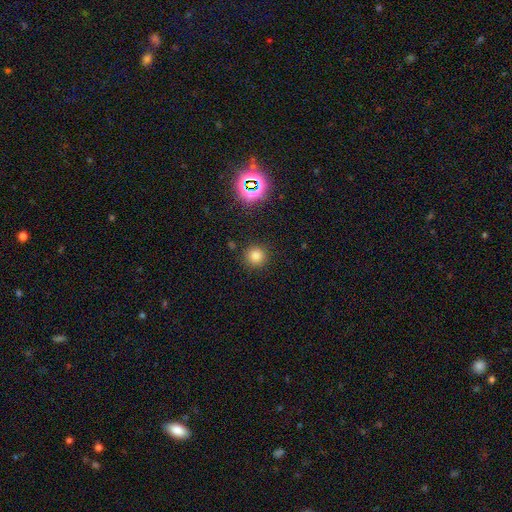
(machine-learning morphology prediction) smooth_or_featured: smooth (p=0.77) [alt: star or artifact p=0.17]
how_rounded: round (p=0.94) [alt: in between p=0.05]
merging: none (p=0.89) [alt: minor disturbance p=0.06]